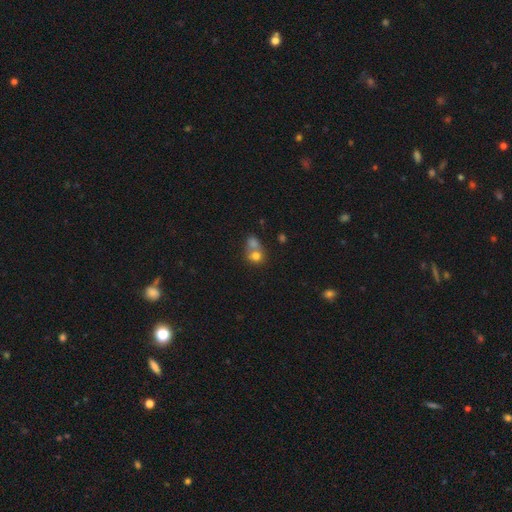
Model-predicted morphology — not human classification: smooth_or_featured: smooth (p=0.75) [alt: featured or disk p=0.13]
how_rounded: round (p=0.73) [alt: in between p=0.26]
merging: merger (p=0.58) [alt: none p=0.31]